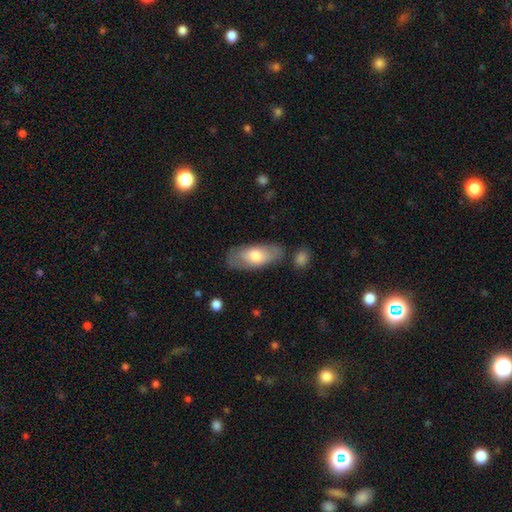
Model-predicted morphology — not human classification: The model was most divided on "smooth or featured": smooth: 63%, featured or disk: 31%, star or artifact: 6%. More confident: how rounded — in between (86%); merging — none (74%).